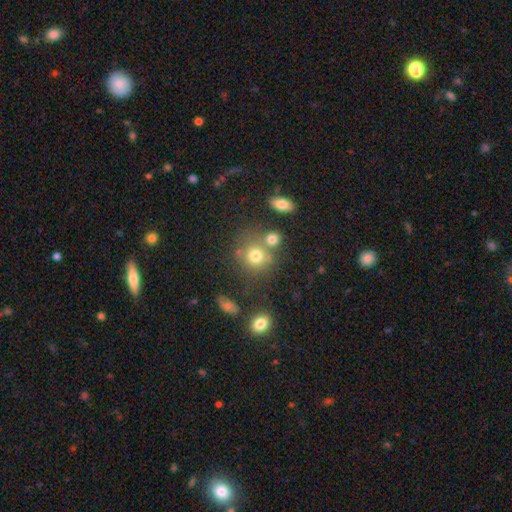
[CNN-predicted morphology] Smooth or featured: smooth — 73% (star or artifact — 15%)
How rounded: round — 83% (in between — 16%)
Merging: none — 61% (merger — 20%)